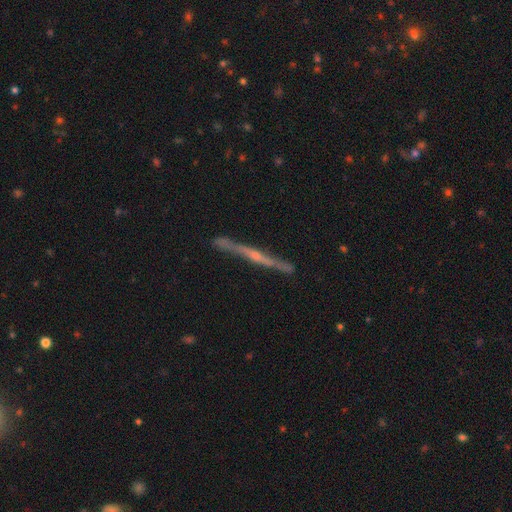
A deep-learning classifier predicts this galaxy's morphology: smooth_or_featured: featured or disk (p=0.81) [alt: smooth p=0.13]
disk_edge_on: yes (p=0.97) [alt: no p=0.03]
edge_on_bulge: rounded (p=0.68) [alt: none p=0.25]
merging: none (p=0.87) [alt: minor disturbance p=0.10]